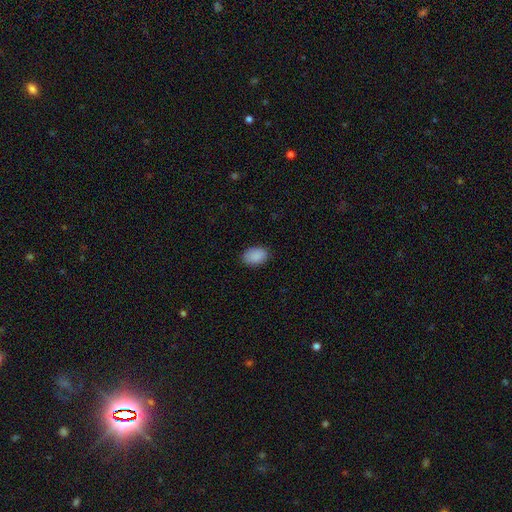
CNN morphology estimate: Smooth or featured: smooth — 90% (star or artifact — 7%)
How rounded: in between — 86% (round — 13%)
Merging: none — 84% (minor disturbance — 12%)